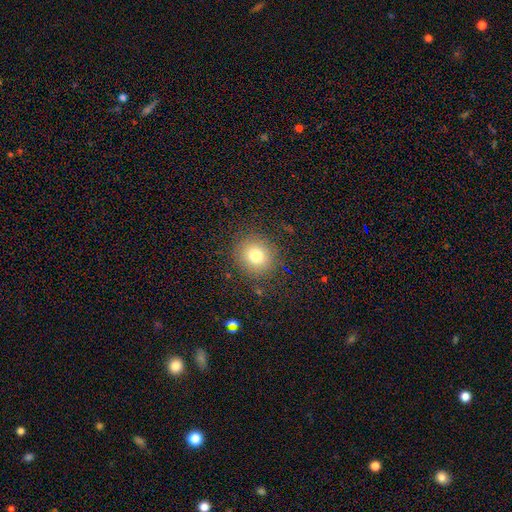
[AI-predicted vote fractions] Smooth or featured? Predicted: smooth (p=0.77). How rounded? Predicted: round (p=0.85). Merging? Predicted: none (p=0.85).